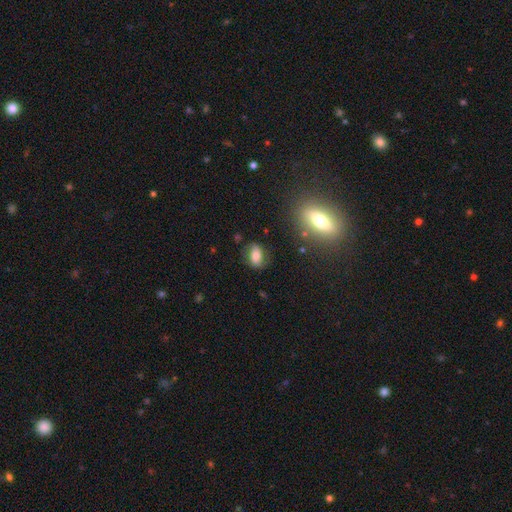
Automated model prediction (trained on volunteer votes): Smooth or featured?
  - smooth: 60% *
  - featured or disk: 28%
  - star or artifact: 12%
How rounded?
  - in between: 81% *
  - round: 16%
  - cigar-shaped: 3%
Merging?
  - none: 74% *
  - minor disturbance: 18%
  - major disturbance: 6%
  - merger: 2%